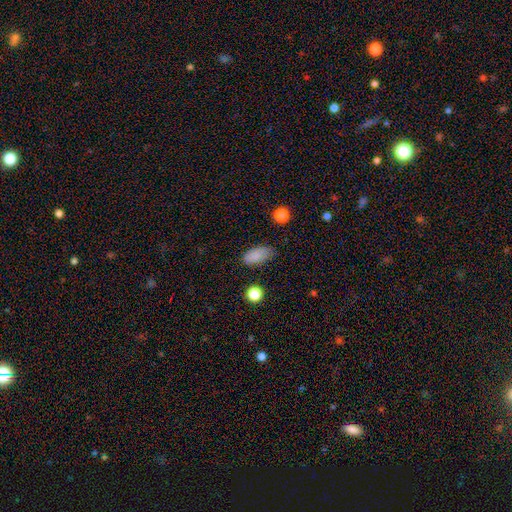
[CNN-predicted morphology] smooth-or-featured: smooth: 84% | star or artifact: 9% | featured or disk: 7%
  how-rounded: in between: 91% | cigar-shaped: 5% | round: 4%
  merging: none: 75% | minor disturbance: 19% | major disturbance: 4% | merger: 2%